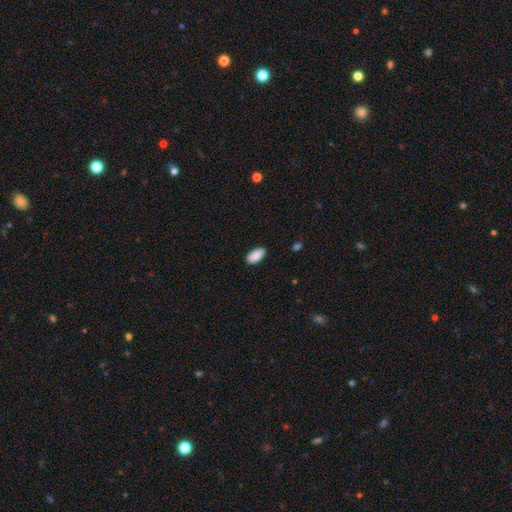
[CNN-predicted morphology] Smooth or featured: smooth — 86% (featured or disk — 8%)
How rounded: in between — 94% (cigar-shaped — 4%)
Merging: none — 85% (minor disturbance — 12%)